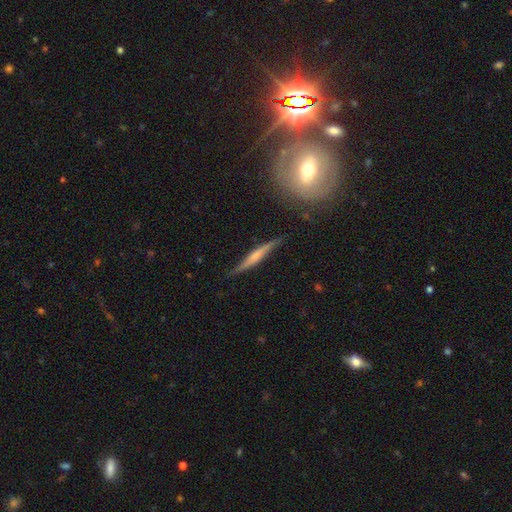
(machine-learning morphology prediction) smooth_or_featured: featured or disk (p=0.58) [alt: smooth p=0.35]
disk_edge_on: yes (p=0.92) [alt: no p=0.08]
edge_on_bulge: none (p=0.42) [alt: rounded p=0.39]
merging: none (p=0.77) [alt: minor disturbance p=0.17]